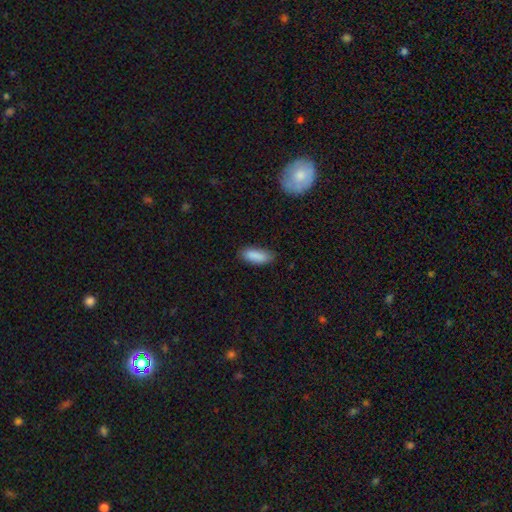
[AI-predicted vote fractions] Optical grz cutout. It shows a smooth galaxy with no disk features (88%) that is in between round and cigar-shaped (74%). Merging: none (79%).